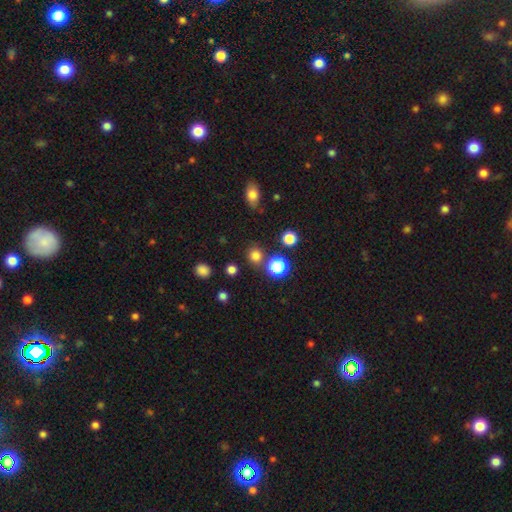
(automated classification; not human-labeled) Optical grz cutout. It shows a smooth galaxy with no disk features (77%) that is round (89%). Merging: none (78%).